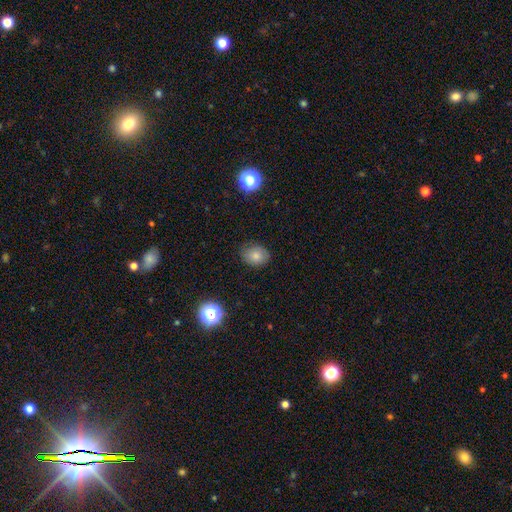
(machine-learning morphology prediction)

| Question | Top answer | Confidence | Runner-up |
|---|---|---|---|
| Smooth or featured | smooth | 79% | star or artifact (12%) |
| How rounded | in between | 57% | round (42%) |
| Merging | none | 79% | minor disturbance (17%) |